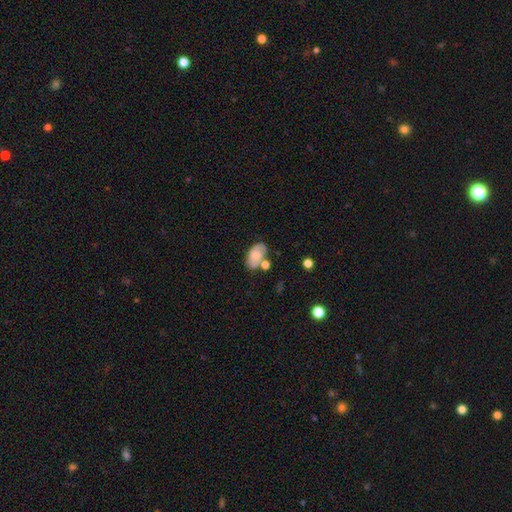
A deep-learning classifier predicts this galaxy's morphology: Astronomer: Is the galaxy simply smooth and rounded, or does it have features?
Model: smooth — 57% (runner-up: featured or disk, 34%).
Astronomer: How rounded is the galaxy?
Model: in between — 90%.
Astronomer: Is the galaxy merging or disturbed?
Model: none — 53%.